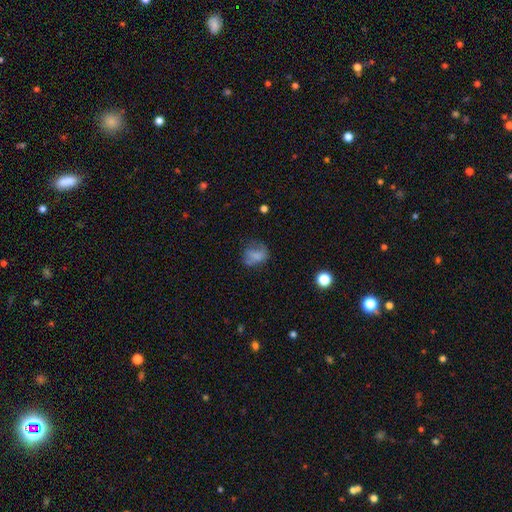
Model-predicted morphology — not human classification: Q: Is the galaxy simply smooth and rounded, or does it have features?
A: smooth — 66%.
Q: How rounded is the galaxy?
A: round — 52%.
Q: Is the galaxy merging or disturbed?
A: none — 47%.